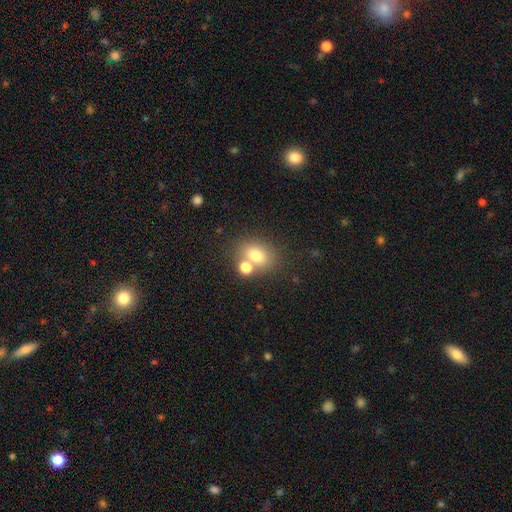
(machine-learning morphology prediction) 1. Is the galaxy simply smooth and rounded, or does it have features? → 75% smooth, 13% featured or disk, 13% star or artifact.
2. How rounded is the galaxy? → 57% in between, 42% round, 1% cigar-shaped.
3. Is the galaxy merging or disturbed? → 56% none, 29% merger, 11% minor disturbance, 4% major disturbance.